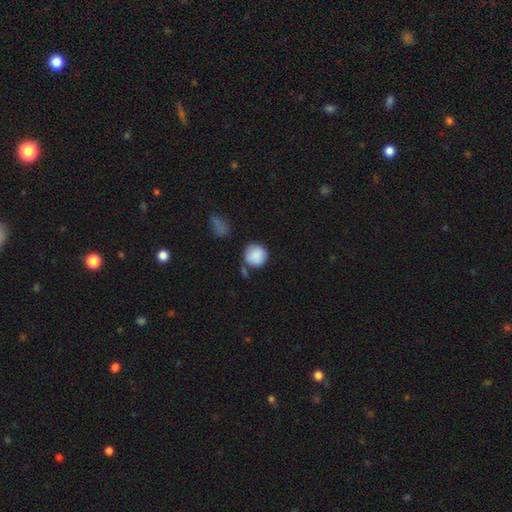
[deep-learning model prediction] Smooth or featured?
  - smooth: 87% *
  - star or artifact: 7%
  - featured or disk: 6%
How rounded?
  - round: 92% *
  - in between: 7%
  - cigar-shaped: 1%
Merging?
  - none: 68% *
  - minor disturbance: 18%
  - merger: 9%
  - major disturbance: 5%